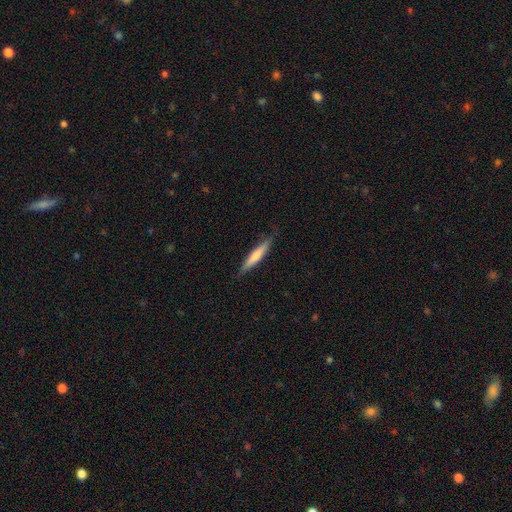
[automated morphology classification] This is likely a smooth galaxy (63%). How rounded: clearly cigar-shaped (91%). Merging: clearly none (84%).